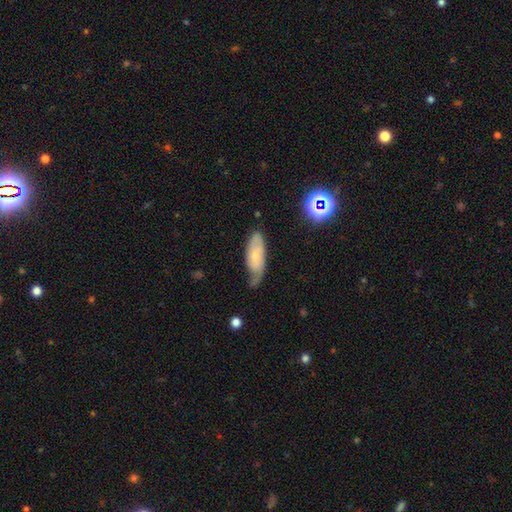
featured or disk 54%, smooth 36%, star or artifact 10%. Down the decision tree: edge-on disk — no (81%); bar — no (82%); spiral arms — yes (82%); spiral arm count — 1 (29%, tied with 2 and can't tell); spiral winding — medium (50%); bulge size — small (53%); merging — none (49%).